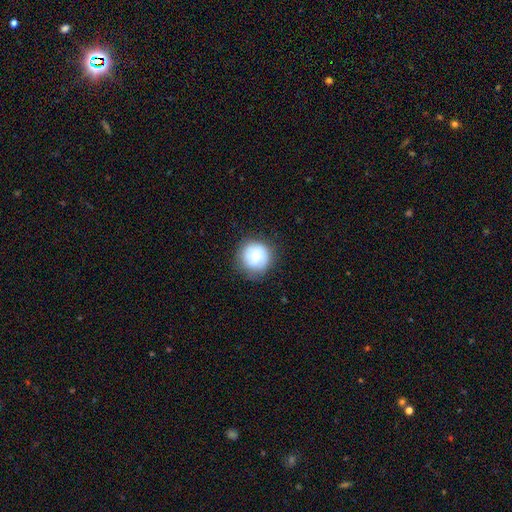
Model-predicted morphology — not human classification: Smooth or featured? smooth (66%)
How rounded? round (92%)
Merging? none (80%)